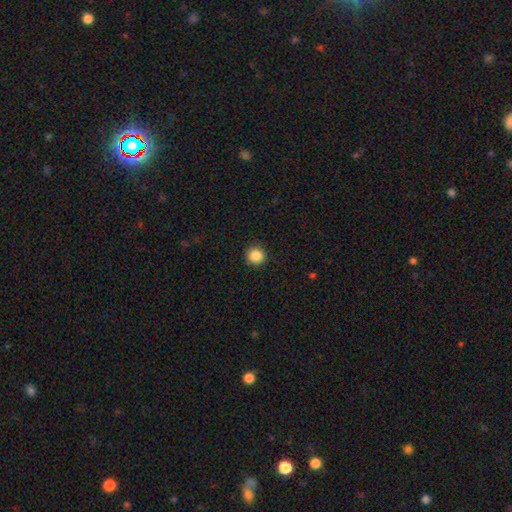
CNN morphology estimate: A smooth galaxy with no disk features (87%) that is round (92%). Merging: none (91%).